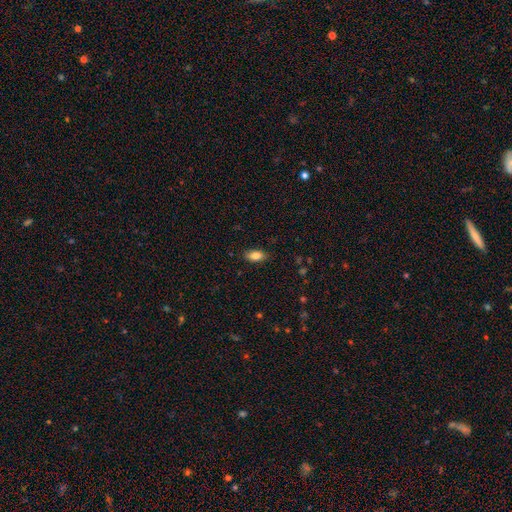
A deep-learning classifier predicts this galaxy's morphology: Smooth or featured?
  - smooth: 82% *
  - featured or disk: 10%
  - star or artifact: 8%
How rounded?
  - in between: 88% *
  - cigar-shaped: 8%
  - round: 4%
Merging?
  - none: 86% *
  - minor disturbance: 10%
  - major disturbance: 2%
  - merger: 1%